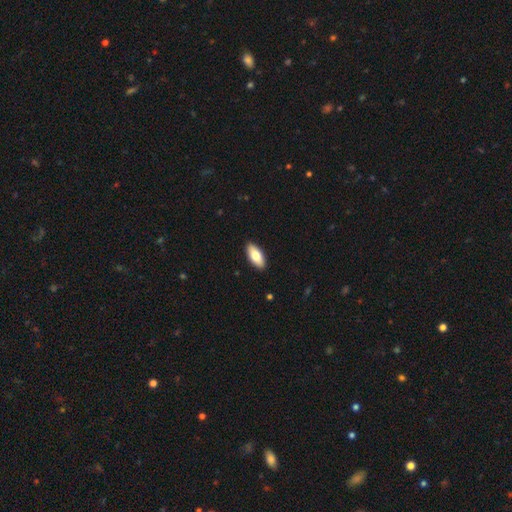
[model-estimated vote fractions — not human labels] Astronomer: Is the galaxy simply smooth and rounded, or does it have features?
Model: smooth — 76%.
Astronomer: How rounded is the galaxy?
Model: in between — 87%.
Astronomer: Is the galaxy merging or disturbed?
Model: none — 91%.